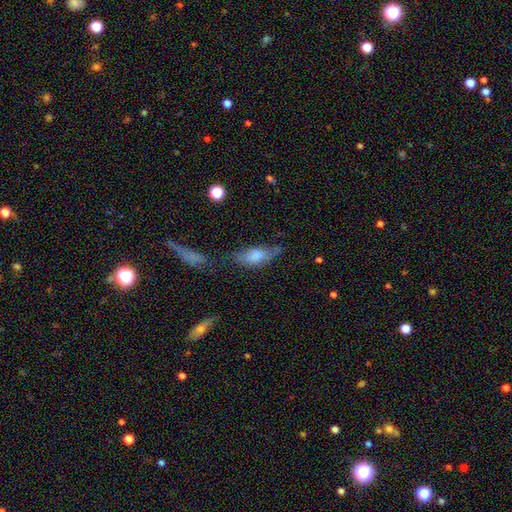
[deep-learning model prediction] A smooth galaxy with no disk features (64%) that is in between round and cigar-shaped (73%). Merging: none (40%).